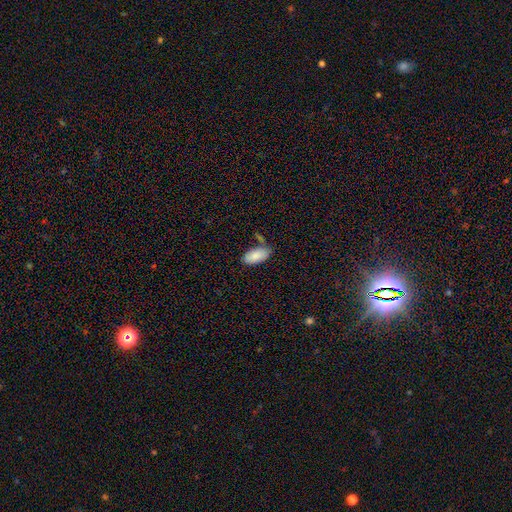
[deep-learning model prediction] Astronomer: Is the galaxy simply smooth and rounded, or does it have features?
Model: smooth — 87%.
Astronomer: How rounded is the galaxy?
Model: in between — 93%.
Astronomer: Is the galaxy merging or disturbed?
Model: none — 64%.